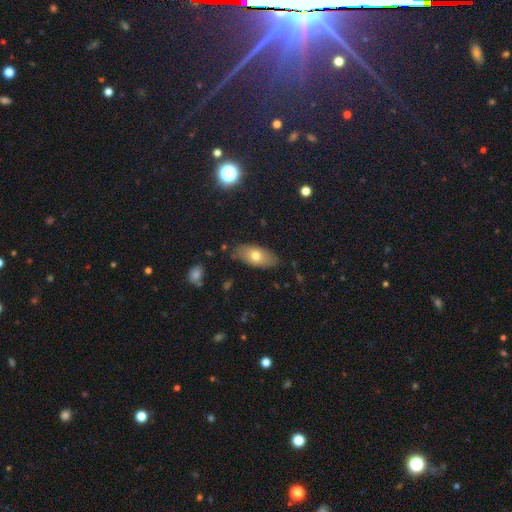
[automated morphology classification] Overall: smooth (67%). How rounded: in between (87%). Merging: none (81%).